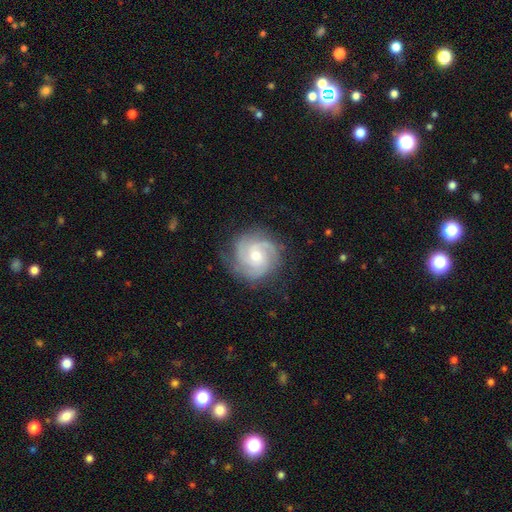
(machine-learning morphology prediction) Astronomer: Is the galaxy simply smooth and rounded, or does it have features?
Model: featured or disk — 85%.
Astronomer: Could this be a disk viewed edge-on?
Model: no — 98%.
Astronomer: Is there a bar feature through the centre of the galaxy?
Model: no — 68%.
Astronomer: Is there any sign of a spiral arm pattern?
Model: yes — 97%.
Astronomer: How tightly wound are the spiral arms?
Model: tight — 57% (runner-up: medium, 36%).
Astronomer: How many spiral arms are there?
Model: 3 — 47%.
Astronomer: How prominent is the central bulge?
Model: moderate — 56% (runner-up: small, 39%).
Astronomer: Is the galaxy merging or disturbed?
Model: none — 77%.